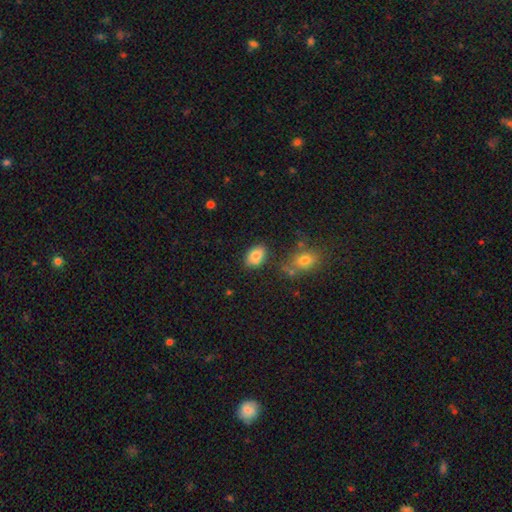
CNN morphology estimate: smooth 83%, featured or disk 9%, star or artifact 8%. Down the decision tree: how rounded — in between (87%); merging — none (74%).